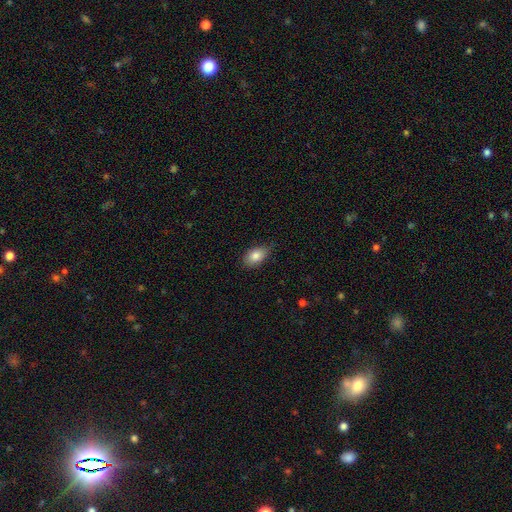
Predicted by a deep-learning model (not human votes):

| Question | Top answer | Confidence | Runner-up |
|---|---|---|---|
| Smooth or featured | smooth | 84% | featured or disk (8%) |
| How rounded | in between | 88% | round (10%) |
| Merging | none | 75% | minor disturbance (21%) |